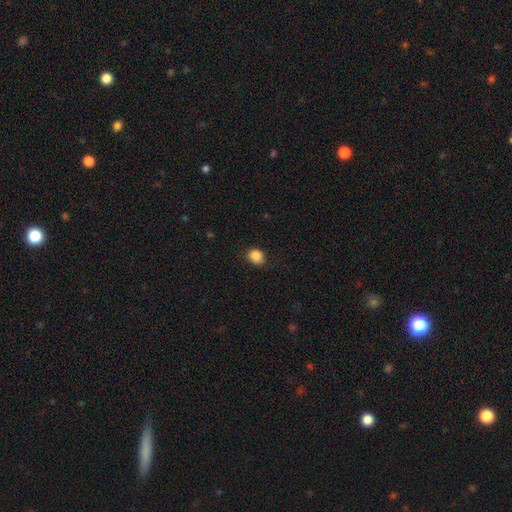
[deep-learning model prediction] The model was most divided on "how rounded": round: 55%, in between: 44%, cigar-shaped: 1%. More confident: smooth or featured — smooth (87%); merging — none (78%).